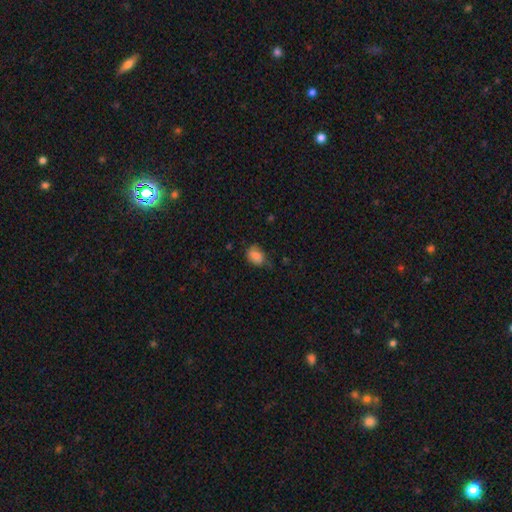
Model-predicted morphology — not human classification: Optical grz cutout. It shows a smooth galaxy with no disk features (78%) that is in between round and cigar-shaped (64%). Merging: none (59%).